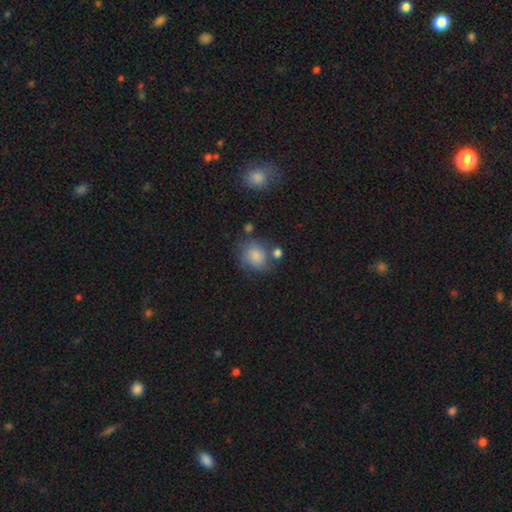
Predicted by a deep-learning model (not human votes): Morphology: type=smooth (75%); roundness=round (62%); merging=none (52%).